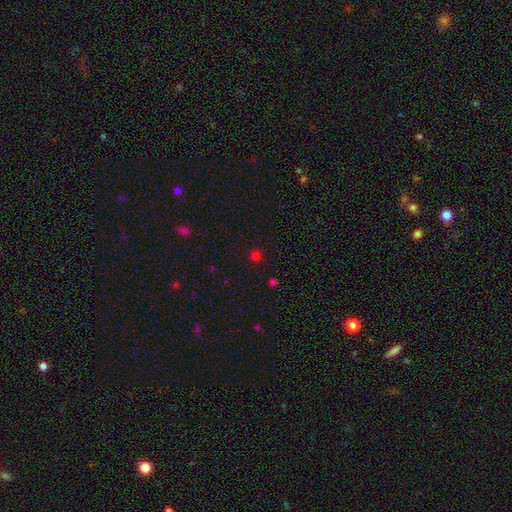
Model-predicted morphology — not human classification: A smooth galaxy with no disk features (62%) that is round (81%).

Vote fractions:
- Smooth or featured? smooth: 62% / star or artifact: 33% / featured or disk: 5%
- How rounded? round: 81% / in between: 18% / cigar-shaped: 1%
- Merging? none: 83% / minor disturbance: 10% / major disturbance: 4% / merger: 3%